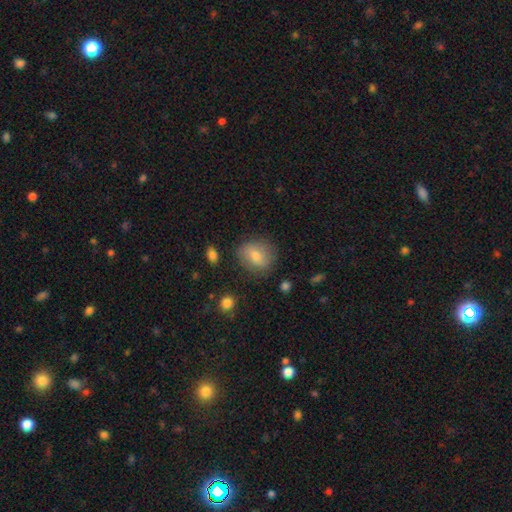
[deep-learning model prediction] This appears to be a smooth galaxy with no disk features (73%) that is round (65%). Merging: none (78%).